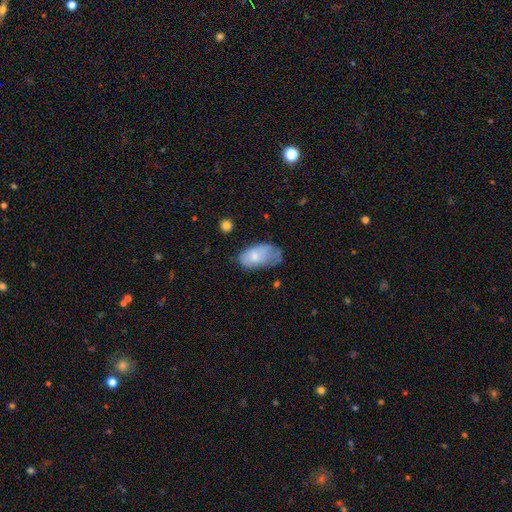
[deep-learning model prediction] smooth-or-featured: smooth: 73% | featured or disk: 20% | star or artifact: 7%
  how-rounded: in between: 94% | round: 4% | cigar-shaped: 2%
  merging: minor disturbance: 40% | none: 32% | major disturbance: 25% | merger: 4%